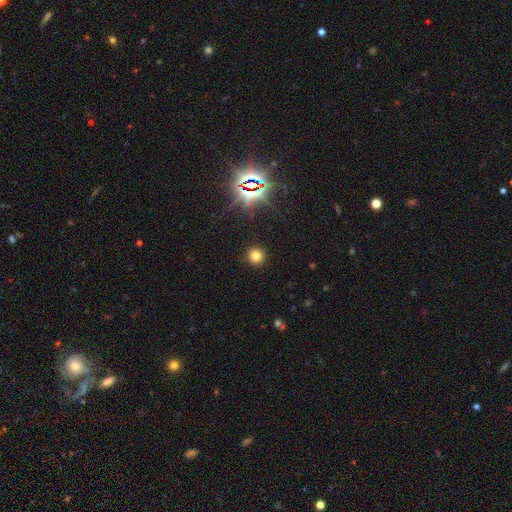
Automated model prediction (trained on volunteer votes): A smooth galaxy with no disk features (73%) that is round (94%). Merging: none (91%).